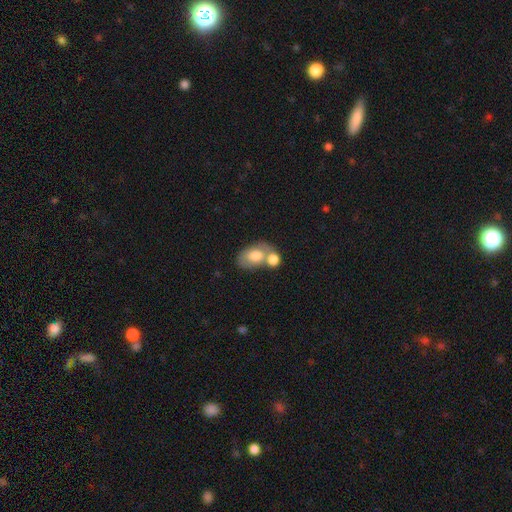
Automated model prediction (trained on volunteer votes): Smooth or featured?
  - smooth: 72% *
  - featured or disk: 21%
  - star or artifact: 7%
How rounded?
  - in between: 83% *
  - round: 16%
  - cigar-shaped: 1%
Merging?
  - merger: 54% *
  - none: 28%
  - minor disturbance: 12%
  - major disturbance: 6%